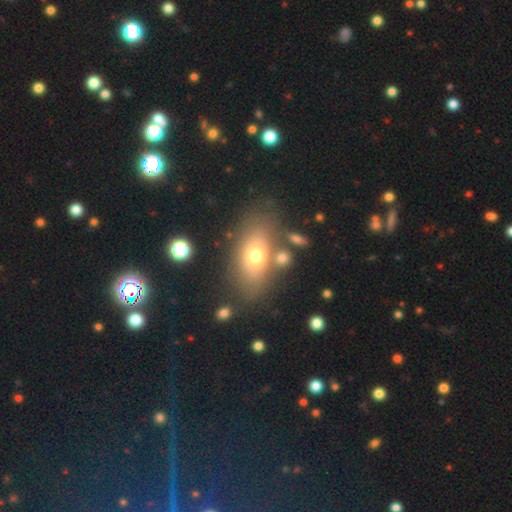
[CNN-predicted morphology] Smooth or featured: smooth — 65% (featured or disk — 25%)
How rounded: in between — 83% (round — 10%)
Merging: none — 71% (minor disturbance — 13%)